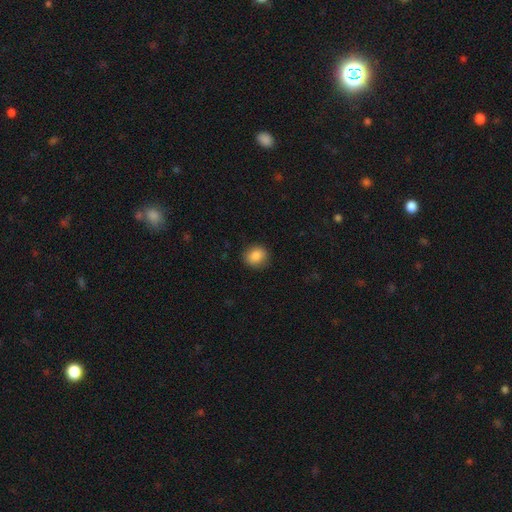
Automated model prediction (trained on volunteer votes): A smooth galaxy with no disk features (85%) that is round (74%).

Vote fractions:
- Smooth or featured? smooth: 85% / star or artifact: 9% / featured or disk: 5%
- How rounded? round: 74% / in between: 25% / cigar-shaped: 1%
- Merging? none: 87% / minor disturbance: 9% / major disturbance: 2% / merger: 1%